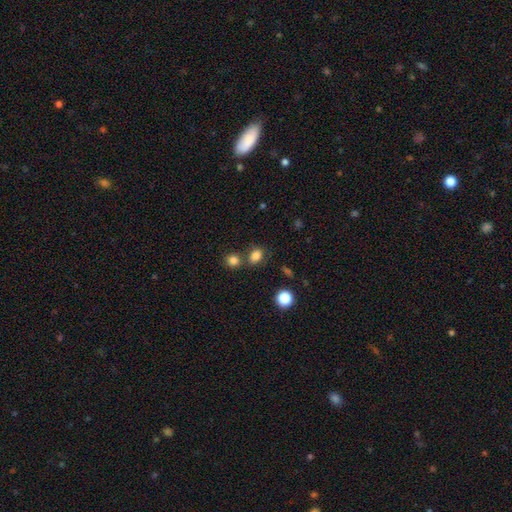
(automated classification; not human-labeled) smooth 82%, star or artifact 12%, featured or disk 6%. Down the decision tree: how rounded — in between (57%); merging — none (66%).